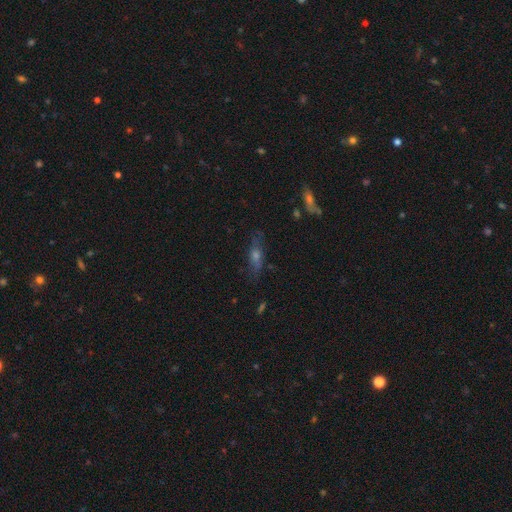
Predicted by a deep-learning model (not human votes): Smooth or featured? featured or disk (48%)
Merging? none (76%)